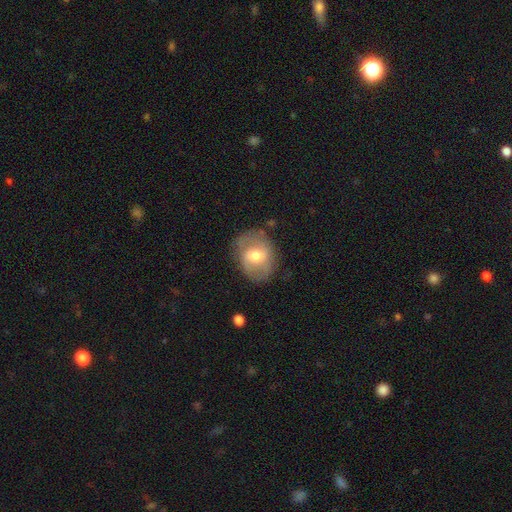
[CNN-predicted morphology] Q: Smooth or featured?
A: featured or disk (56%); runner-up: smooth (37%)
Q: Edge-on disk?
A: no (96%); runner-up: yes (4%)
Q: Bar?
A: weak (46%); runner-up: no (36%)
Q: Spiral arms?
A: yes (65%); runner-up: no (35%)
Q: Bulge size?
A: moderate (72%); runner-up: small (17%)
Q: Merging?
A: none (69%); runner-up: minor disturbance (20%)